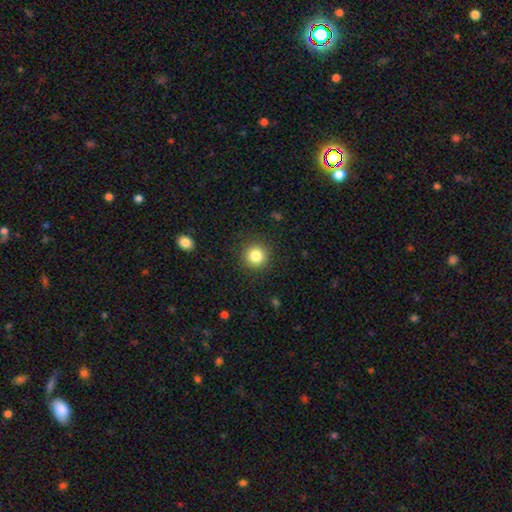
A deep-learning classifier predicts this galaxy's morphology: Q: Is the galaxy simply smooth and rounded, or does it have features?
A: smooth — 84%.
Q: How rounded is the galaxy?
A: round — 95%.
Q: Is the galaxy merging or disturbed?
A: none — 91%.